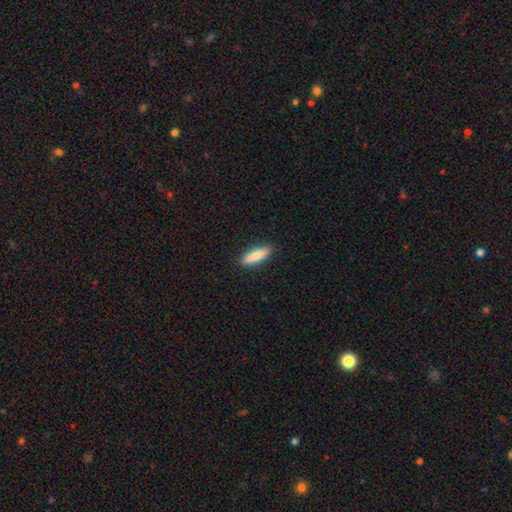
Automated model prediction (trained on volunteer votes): Morphology: type=smooth (84%); roundness=cigar-shaped (68%); merging=none (90%).